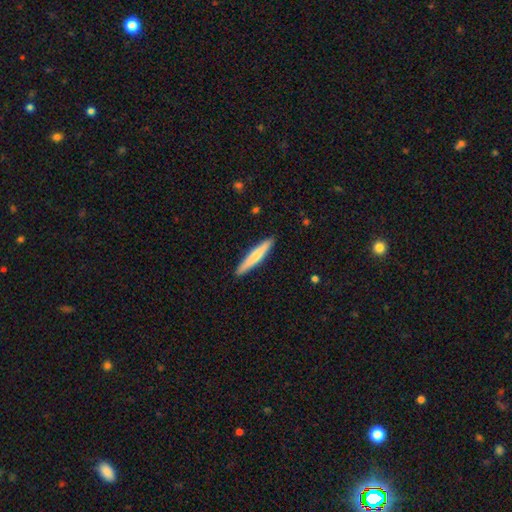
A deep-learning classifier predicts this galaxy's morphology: Smooth or featured? smooth (66%)
How rounded? cigar-shaped (94%)
Merging? none (91%)